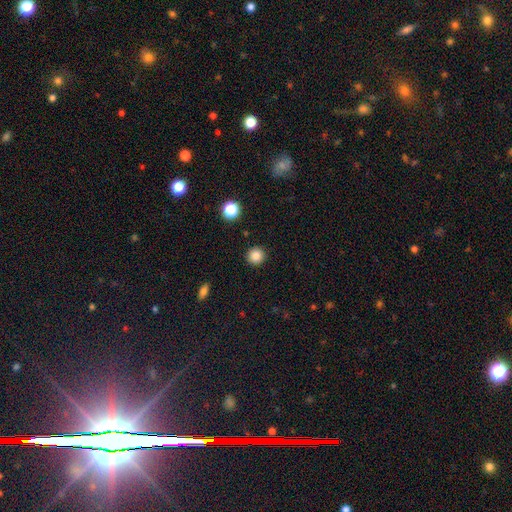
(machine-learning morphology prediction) A smooth galaxy with no disk features (85%) that is round (94%).

Vote fractions:
- Smooth or featured? smooth: 85% / star or artifact: 11% / featured or disk: 4%
- How rounded? round: 94% / in between: 5% / cigar-shaped: 1%
- Merging? none: 92% / minor disturbance: 5% / major disturbance: 2% / merger: 1%